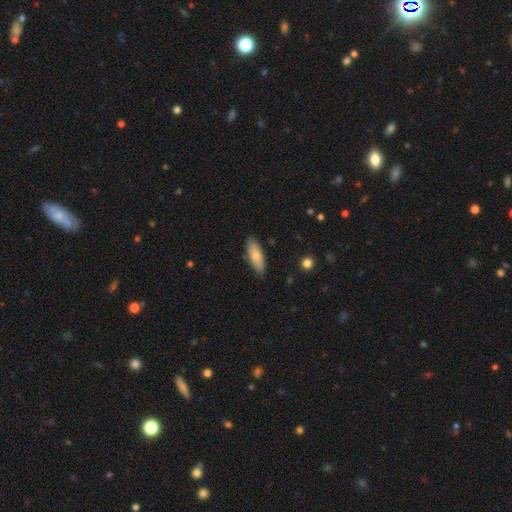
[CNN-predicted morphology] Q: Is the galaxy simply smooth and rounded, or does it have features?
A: smooth — 76%.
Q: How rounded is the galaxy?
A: in between — 68%.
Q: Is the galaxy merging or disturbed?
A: none — 84%.